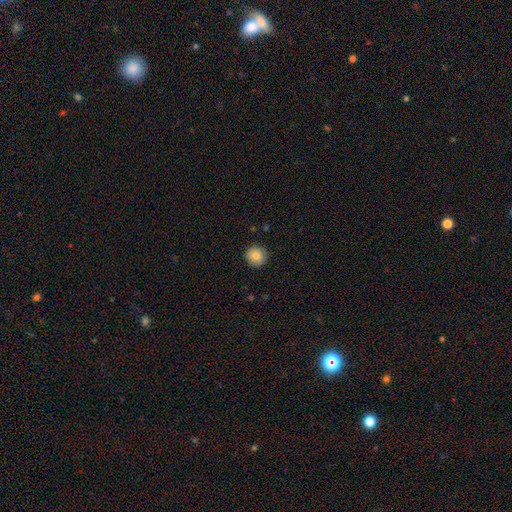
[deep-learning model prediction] This appears to be a smooth galaxy with no disk features (86%) that is round (94%). Merging: none (89%).